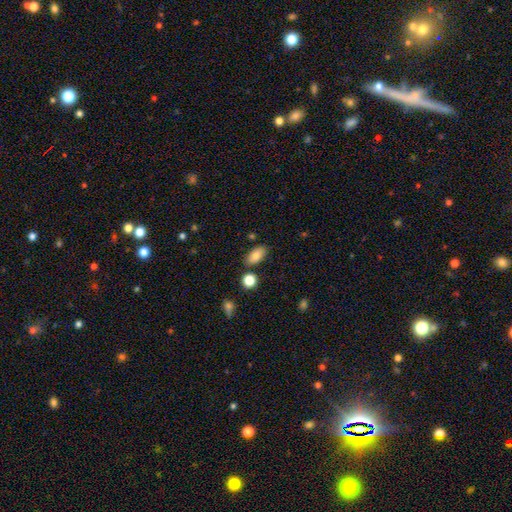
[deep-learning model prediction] A smooth galaxy with no disk features (83%) that is in between round and cigar-shaped (90%).

Vote fractions:
- Smooth or featured? smooth: 83% / featured or disk: 9% / star or artifact: 8%
- How rounded? in between: 90% / round: 6% / cigar-shaped: 4%
- Merging? none: 81% / minor disturbance: 11% / merger: 5% / major disturbance: 3%